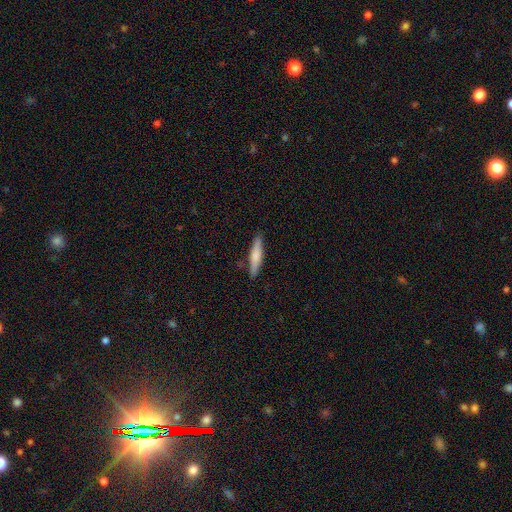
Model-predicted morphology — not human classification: smooth 67%, featured or disk 28%, star or artifact 6%. Down the decision tree: how rounded — cigar-shaped (88%); merging — none (87%).